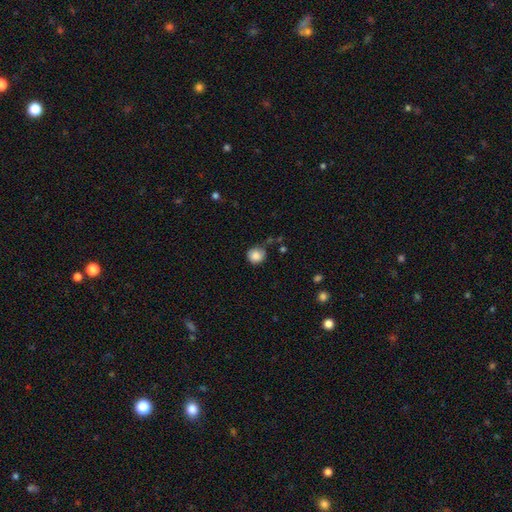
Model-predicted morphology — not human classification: smooth_or_featured: smooth (p=0.86) [alt: star or artifact p=0.09]
how_rounded: round (p=0.89) [alt: in between p=0.10]
merging: none (p=0.71) [alt: minor disturbance p=0.20]